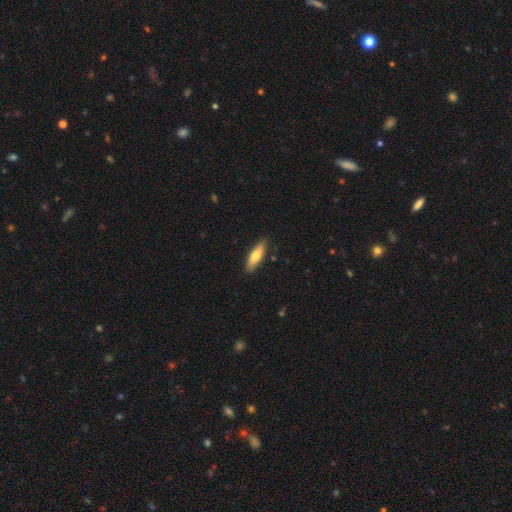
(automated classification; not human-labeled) smooth-or-featured: smooth: 71% | featured or disk: 24% | star or artifact: 6%
  how-rounded: cigar-shaped: 52% | in between: 46% | round: 2%
  merging: none: 87% | minor disturbance: 10% | major disturbance: 2% | merger: 1%